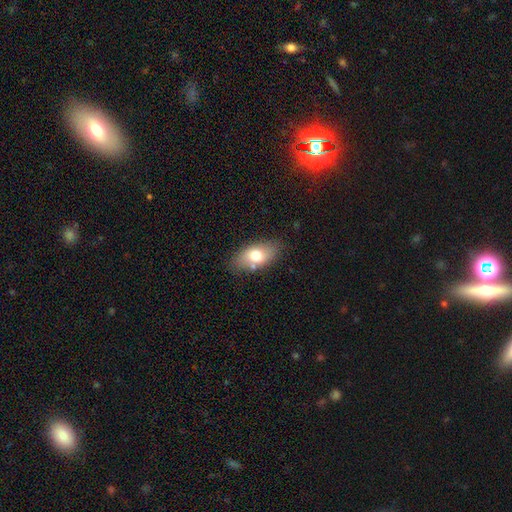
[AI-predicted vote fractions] The model was most divided on "smooth or featured": smooth: 70%, featured or disk: 22%, star or artifact: 8%. More confident: how rounded — in between (88%); merging — none (76%).